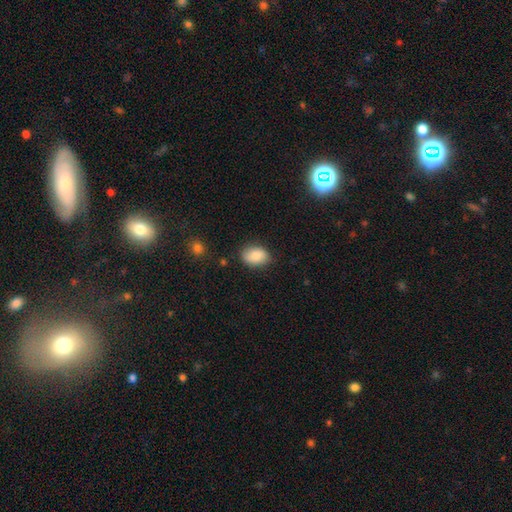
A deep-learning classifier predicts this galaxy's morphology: Smooth or featured?
  - smooth: 85% *
  - featured or disk: 8%
  - star or artifact: 7%
How rounded?
  - in between: 83% *
  - round: 16%
  - cigar-shaped: 1%
Merging?
  - none: 80% *
  - minor disturbance: 15%
  - major disturbance: 3%
  - merger: 2%